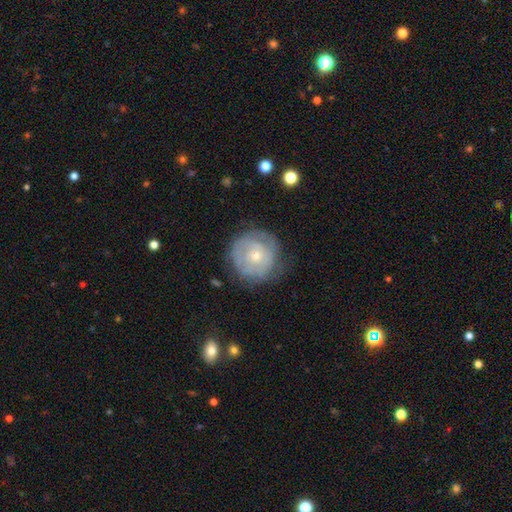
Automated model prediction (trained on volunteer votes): Smooth or featured? featured or disk (59%)
Edge-on disk? no (97%)
Bar? no (82%)
Spiral arms? yes (63%)
Bulge size? small (55%)
Merging? none (72%)